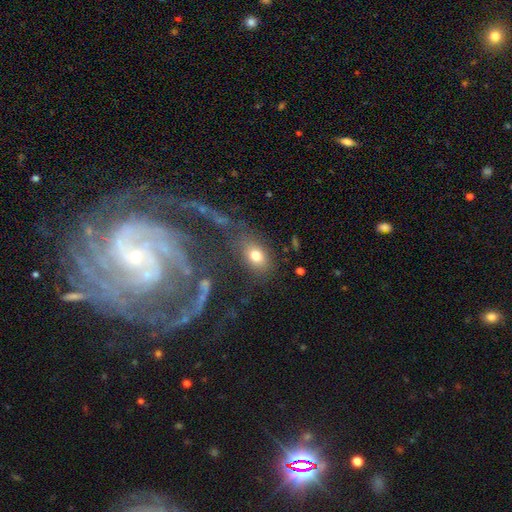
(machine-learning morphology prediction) Smooth or featured: smooth — 72% (featured or disk — 15%)
How rounded: in between — 74% (round — 23%)
Merging: none — 61% (minor disturbance — 16%)